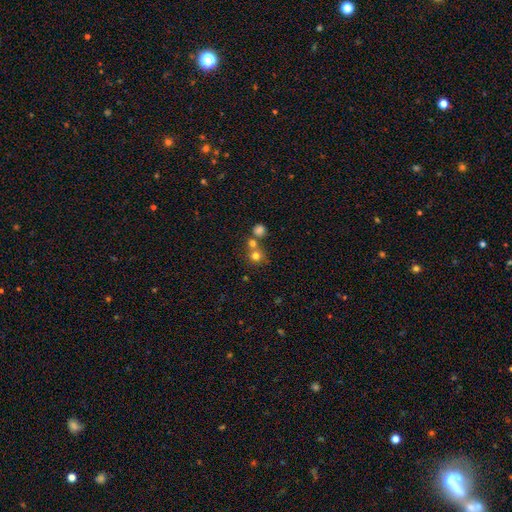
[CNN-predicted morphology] Overall: smooth (73%). How rounded: round (88%). Merging: none (55%; merger 34%).